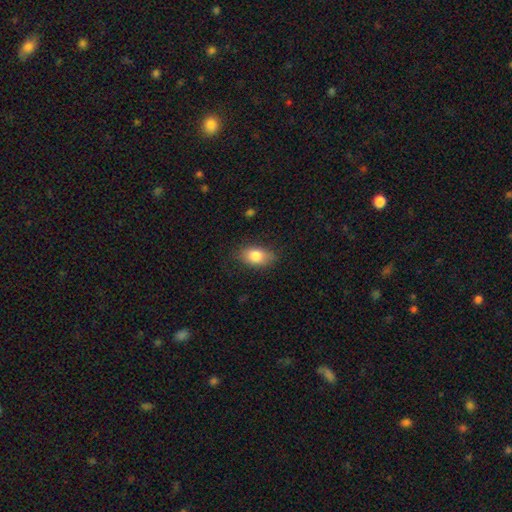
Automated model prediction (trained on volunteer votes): Q: Smooth or featured?
A: smooth (82%); runner-up: featured or disk (10%)
Q: How rounded?
A: in between (87%); runner-up: round (11%)
Q: Merging?
A: none (79%); runner-up: minor disturbance (16%)